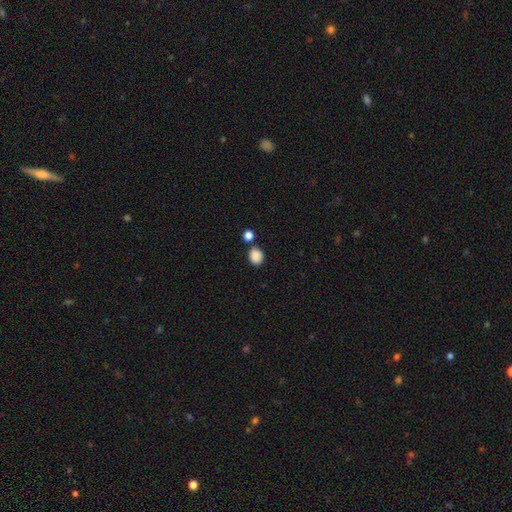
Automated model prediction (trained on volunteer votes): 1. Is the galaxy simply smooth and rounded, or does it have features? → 87% smooth, 9% star or artifact, 3% featured or disk.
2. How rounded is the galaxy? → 50% in between, 49% round, 1% cigar-shaped.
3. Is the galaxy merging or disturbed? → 74% none, 11% merger, 11% minor disturbance, 3% major disturbance.